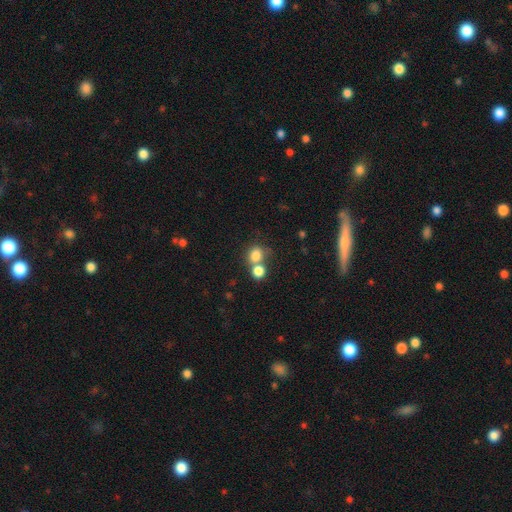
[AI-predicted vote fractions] smooth_or_featured: smooth (p=0.80) [alt: star or artifact p=0.12]
how_rounded: round (p=0.73) [alt: in between p=0.26]
merging: merger (p=0.44) [tied with: none p=0.44]